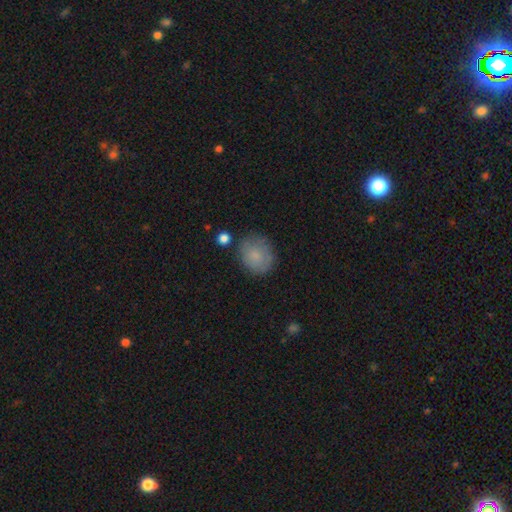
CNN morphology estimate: smooth-or-featured: smooth: 81% | featured or disk: 11% | star or artifact: 8%
  how-rounded: round: 65% | in between: 34% | cigar-shaped: 1%
  merging: none: 71% | minor disturbance: 19% | major disturbance: 5% | merger: 4%